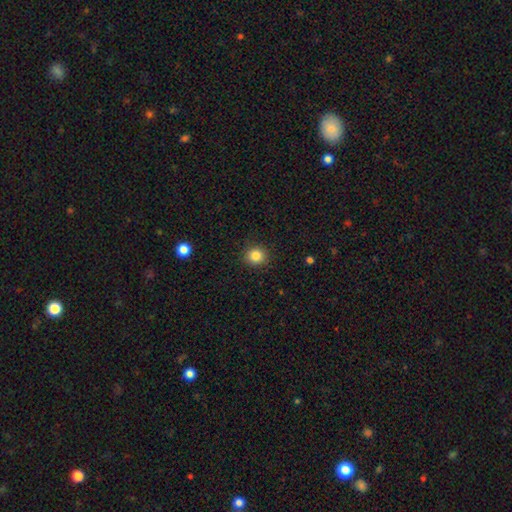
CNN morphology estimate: Smooth or featured? Predicted: smooth (p=0.84). How rounded? Predicted: round (p=0.88). Merging? Predicted: none (p=0.90).